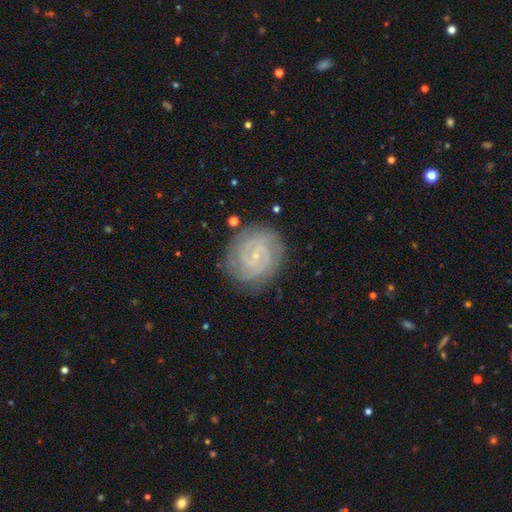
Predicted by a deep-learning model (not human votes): This is clearly a featured or disk galaxy (88%). It is clearly not viewed edge-on (98%). Bar: possibly weak (46%). Spiral arm pattern: clearly yes (98%). Spiral arm count: likely 2 (64%). Spiral winding: likely tight (75%). Central bulge: clearly small (83%). Merging: clearly none (83%).